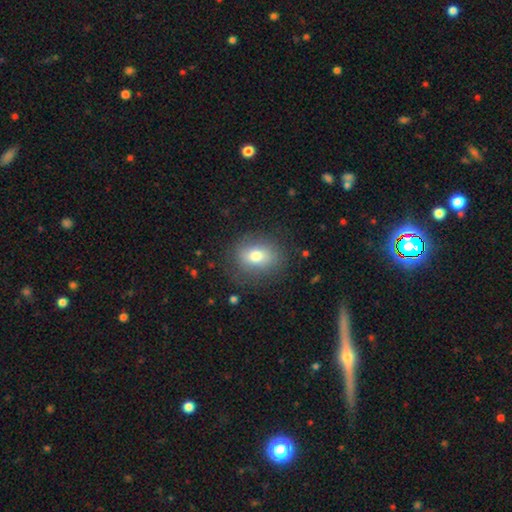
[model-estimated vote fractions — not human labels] smooth-or-featured: smooth: 75% | featured or disk: 16% | star or artifact: 9%
  how-rounded: in between: 55% | round: 44% | cigar-shaped: 1%
  merging: none: 79% | minor disturbance: 14% | major disturbance: 5% | merger: 1%